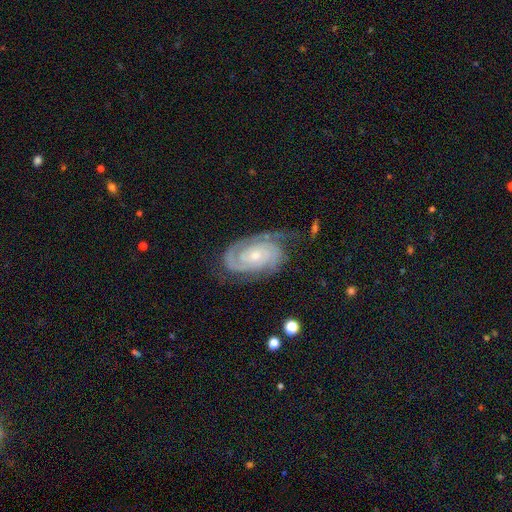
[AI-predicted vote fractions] Q: Smooth or featured?
A: featured or disk (90%); runner-up: smooth (6%)
Q: Edge-on disk?
A: no (97%); runner-up: yes (3%)
Q: Bar?
A: no (69%); runner-up: weak (24%)
Q: Spiral arms?
A: yes (98%); runner-up: no (2%)
Q: Spiral winding?
A: tight (72%); runner-up: medium (24%)
Q: Spiral arm count?
A: 2 (75%); runner-up: 3 (10%)
Q: Bulge size?
A: small (63%); runner-up: moderate (32%)
Q: Merging?
A: none (70%); runner-up: minor disturbance (19%)